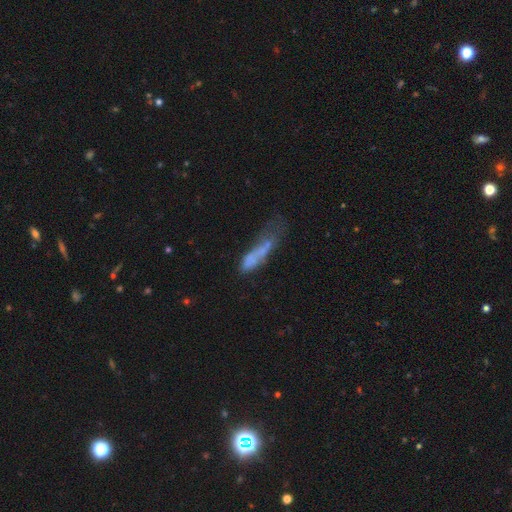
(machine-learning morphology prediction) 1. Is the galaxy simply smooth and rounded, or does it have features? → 52% smooth, 35% featured or disk, 13% star or artifact.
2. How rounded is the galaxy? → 67% cigar-shaped, 30% in between, 3% round.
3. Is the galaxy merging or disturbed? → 34% major disturbance, 26% none, 22% minor disturbance, 18% merger.